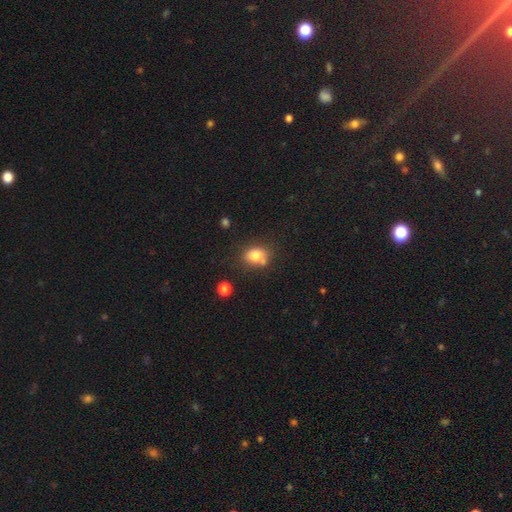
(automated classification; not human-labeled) Smooth or featured? smooth (79%)
How rounded? in between (53%)
Merging? none (61%)